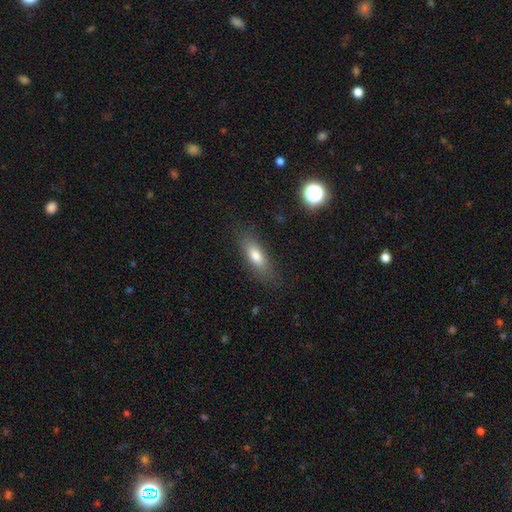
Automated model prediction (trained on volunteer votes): Morphology: type=smooth (77%); roundness=in between (66%); merging=none (80%).